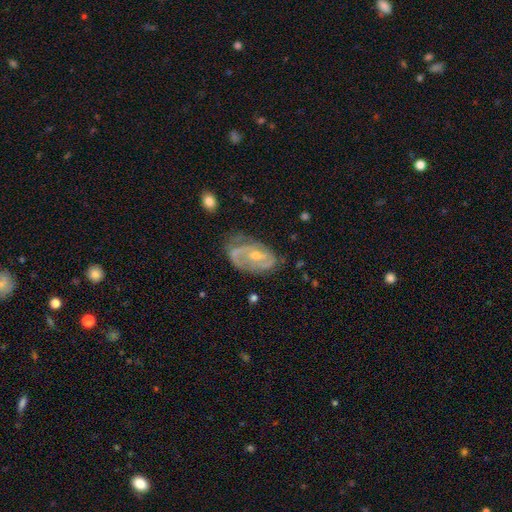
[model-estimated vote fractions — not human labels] smooth-or-featured: featured or disk: 82% | smooth: 12% | star or artifact: 6%
  disk-edge-on: no: 96% | yes: 4%
    bar: no: 44% | weak: 40% | strong: 16%
    has-spiral-arms: yes: 86% | no: 14%
      spiral-winding: medium: 42% | tight: 37% | loose: 21%
      spiral-arm-count: 2: 64% | can't tell: 18% | 1: 9% | 3: 5% | 4: 2% | more than 4: 2%
    bulge-size: moderate: 52% | small: 45% | large: 1% | none: 1% | dominant: 1%
  merging: none: 58% | minor disturbance: 27% | major disturbance: 13% | merger: 2%